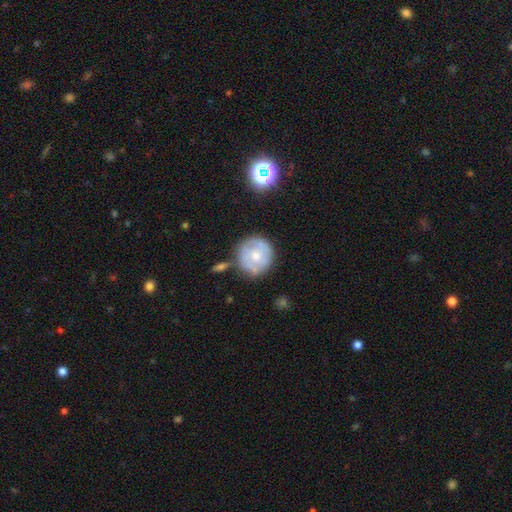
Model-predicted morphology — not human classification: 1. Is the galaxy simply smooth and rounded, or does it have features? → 54% featured or disk, 39% smooth, 6% star or artifact.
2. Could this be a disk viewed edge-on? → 97% no, 3% yes.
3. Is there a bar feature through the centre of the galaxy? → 76% no, 20% weak, 4% strong.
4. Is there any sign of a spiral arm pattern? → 56% yes, 44% no.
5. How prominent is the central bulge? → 52% moderate, 40% small, 4% large, 3% none, 1% dominant.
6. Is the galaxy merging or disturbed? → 68% none, 19% minor disturbance, 6% merger, 6% major disturbance.